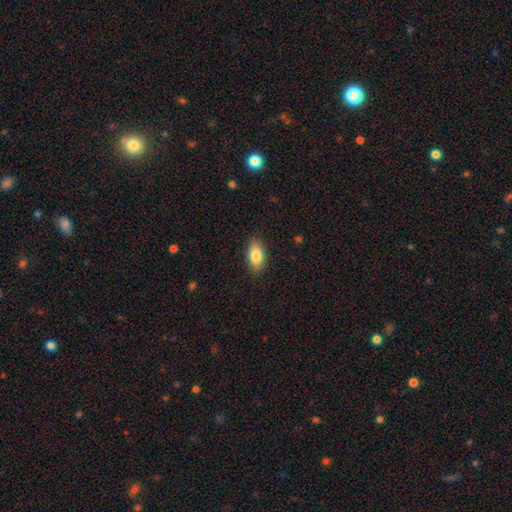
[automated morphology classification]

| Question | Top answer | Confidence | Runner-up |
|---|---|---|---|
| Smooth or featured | smooth | 85% | featured or disk (9%) |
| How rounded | in between | 90% | cigar-shaped (6%) |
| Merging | none | 87% | minor disturbance (10%) |